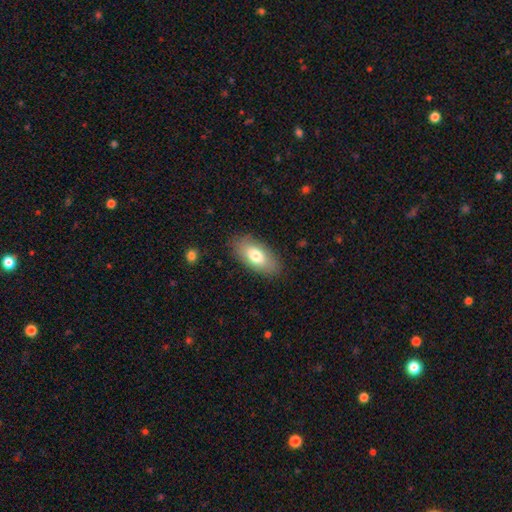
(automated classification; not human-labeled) A smooth galaxy with no disk features (75%) that is in between round and cigar-shaped (90%).

Vote fractions:
- Smooth or featured? smooth: 75% / featured or disk: 19% / star or artifact: 6%
- How rounded? in between: 90% / cigar-shaped: 7% / round: 3%
- Merging? none: 86% / minor disturbance: 10% / major disturbance: 3% / merger: 1%